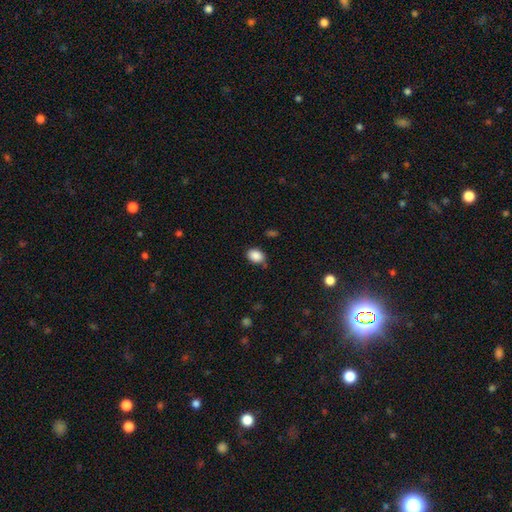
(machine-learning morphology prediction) smooth 88%, star or artifact 8%, featured or disk 4%. Down the decision tree: how rounded — in between (74%); merging — none (76%).